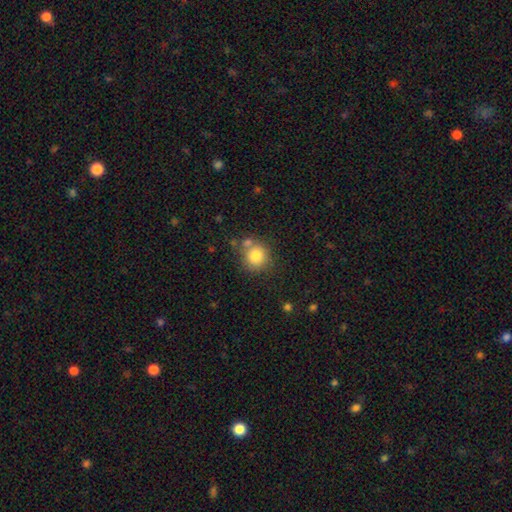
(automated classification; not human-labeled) smooth_or_featured: smooth (p=0.81) [alt: star or artifact p=0.11]
how_rounded: round (p=0.89) [alt: in between p=0.10]
merging: none (p=0.68) [alt: merger p=0.16]